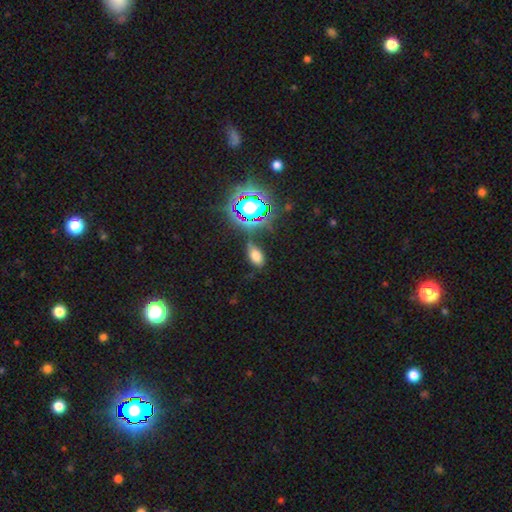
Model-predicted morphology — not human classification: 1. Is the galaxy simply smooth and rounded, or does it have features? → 64% smooth, 26% star or artifact, 10% featured or disk.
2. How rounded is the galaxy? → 90% in between, 7% round, 3% cigar-shaped.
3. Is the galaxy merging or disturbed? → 61% none, 22% minor disturbance, 10% major disturbance, 7% merger.